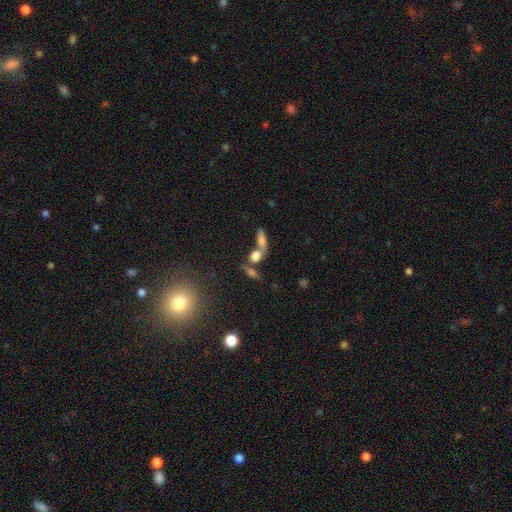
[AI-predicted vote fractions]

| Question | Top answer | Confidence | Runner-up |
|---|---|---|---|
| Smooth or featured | smooth | 66% | featured or disk (19%) |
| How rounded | in between | 58% | round (23%) |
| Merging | merger | 47% | none (37%) |